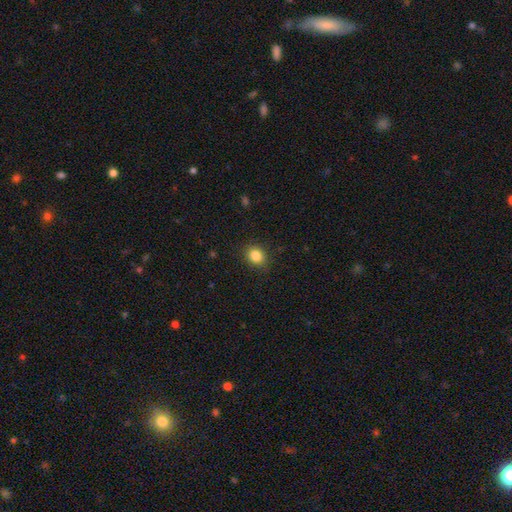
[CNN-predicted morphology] A smooth galaxy with no disk features (85%) that is round (50%). Merging: none (87%).